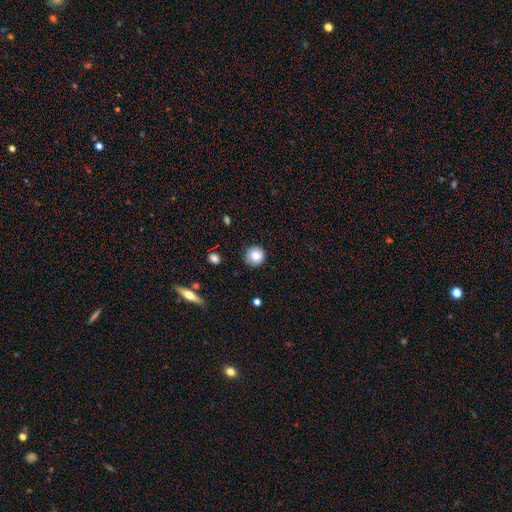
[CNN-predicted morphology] Q: Smooth or featured?
A: smooth (84%); runner-up: star or artifact (10%)
Q: How rounded?
A: round (94%); runner-up: in between (5%)
Q: Merging?
A: none (86%); runner-up: minor disturbance (11%)